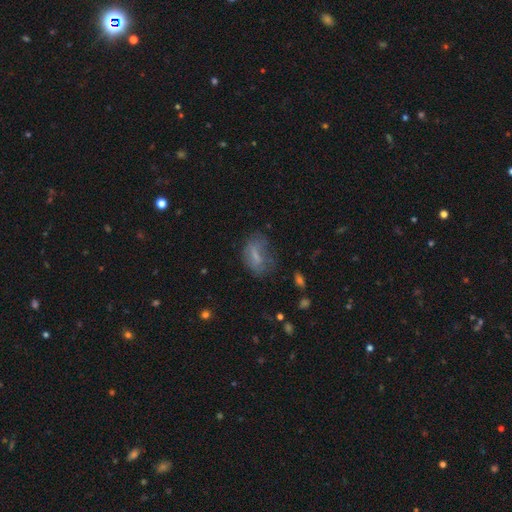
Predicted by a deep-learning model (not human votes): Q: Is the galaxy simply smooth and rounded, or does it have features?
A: smooth — 56%.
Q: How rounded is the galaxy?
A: in between — 80%.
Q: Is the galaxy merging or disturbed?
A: none — 47%.